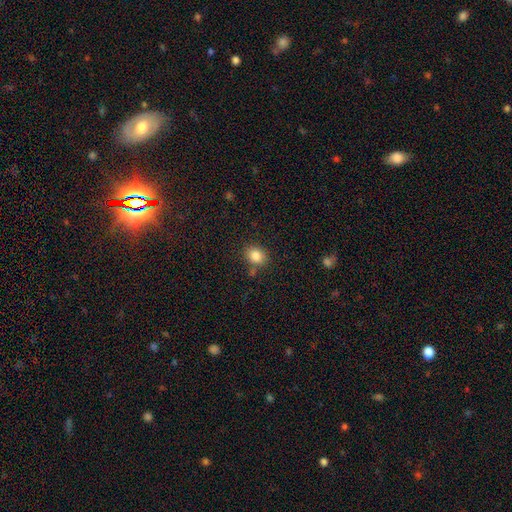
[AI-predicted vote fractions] Smooth or featured? smooth (85%)
How rounded? round (54%)
Merging? none (78%)